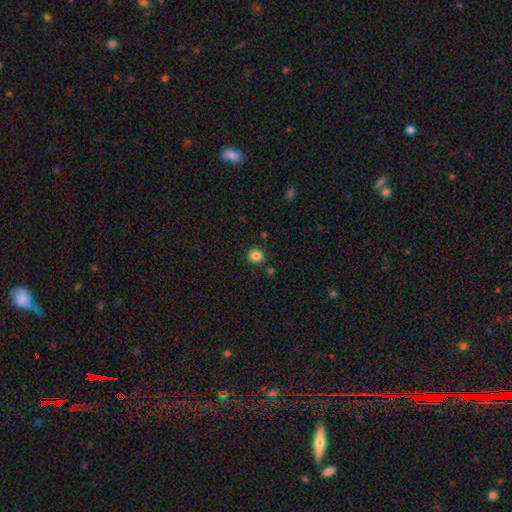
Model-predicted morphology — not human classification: This is clearly a smooth galaxy (85%). How rounded: clearly round (90%). Merging: clearly none (89%).